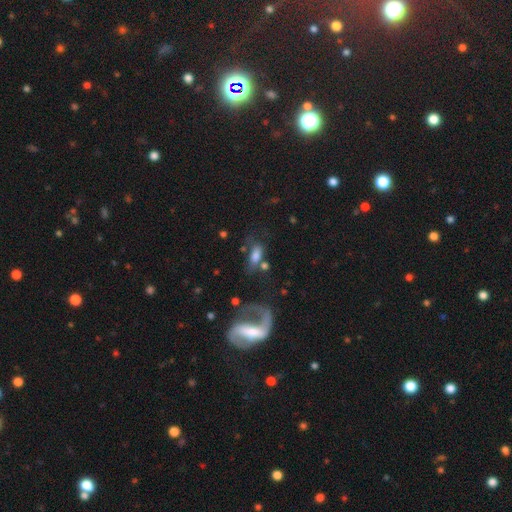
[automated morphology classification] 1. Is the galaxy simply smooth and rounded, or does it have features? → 64% smooth, 24% featured or disk, 12% star or artifact.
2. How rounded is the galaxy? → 80% in between, 13% cigar-shaped, 7% round.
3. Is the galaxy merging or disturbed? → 40% none, 23% major disturbance, 19% merger, 18% minor disturbance.